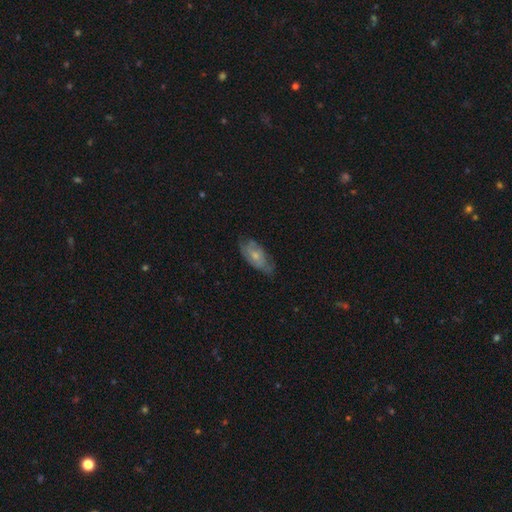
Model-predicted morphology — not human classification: A smooth galaxy with no disk features (47%).

Vote fractions:
- Smooth or featured? smooth: 47% / featured or disk: 46% / star or artifact: 7%
- Merging? none: 56% / minor disturbance: 31% / major disturbance: 11% / merger: 2%